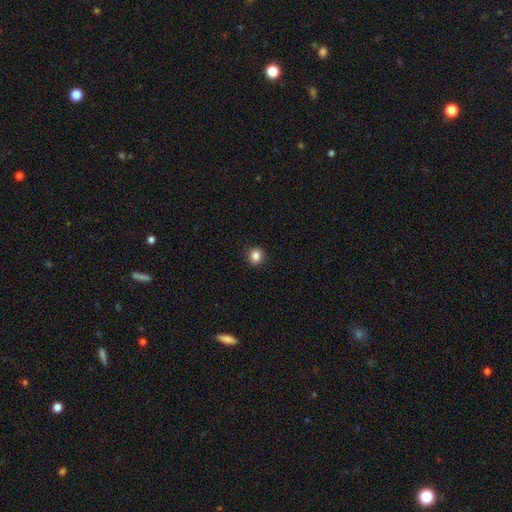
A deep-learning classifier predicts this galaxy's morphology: smooth-or-featured: smooth: 86% | star or artifact: 11% | featured or disk: 4%
  how-rounded: round: 85% | in between: 14% | cigar-shaped: 1%
  merging: none: 91% | minor disturbance: 6% | major disturbance: 2% | merger: 1%